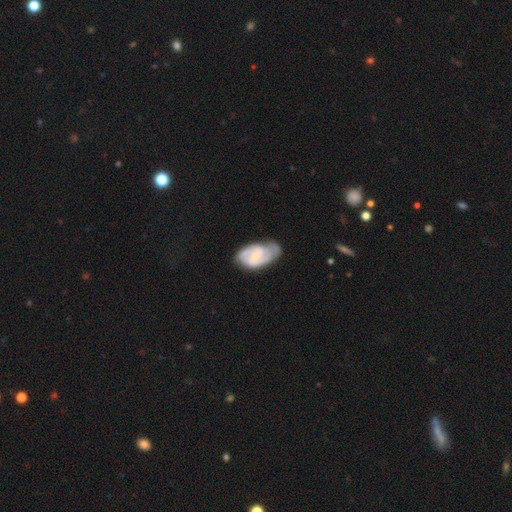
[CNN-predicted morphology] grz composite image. It shows a featured or disk galaxy (68%) with a weak bar (46%), 2 (62%) tight (43%) spiral arms (89%) and a small central bulge (57%). Merging: none (58%).